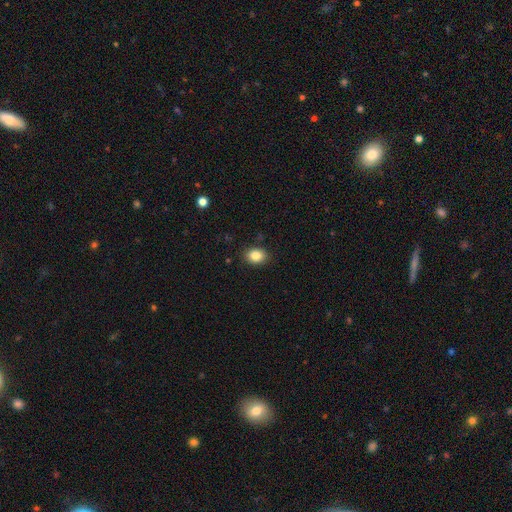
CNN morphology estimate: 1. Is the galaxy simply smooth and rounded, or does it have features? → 85% smooth, 9% star or artifact, 6% featured or disk.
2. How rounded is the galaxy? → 66% in between, 33% round, 1% cigar-shaped.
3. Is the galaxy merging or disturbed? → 88% none, 9% minor disturbance, 2% major disturbance, 1% merger.